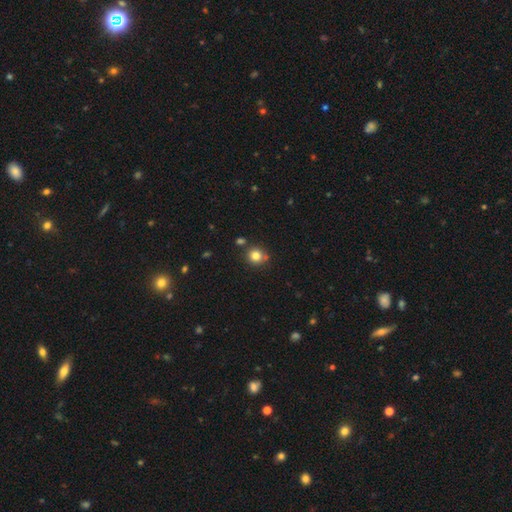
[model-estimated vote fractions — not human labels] Smooth or featured?
  - smooth: 80% *
  - star or artifact: 13%
  - featured or disk: 7%
How rounded?
  - round: 91% *
  - in between: 9%
  - cigar-shaped: 1%
Merging?
  - none: 77% *
  - minor disturbance: 11%
  - merger: 9%
  - major disturbance: 3%